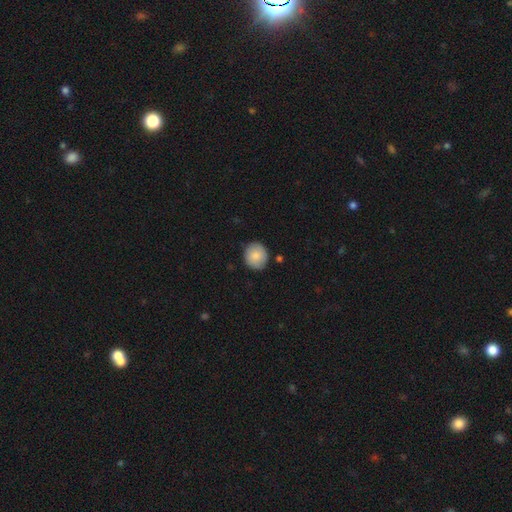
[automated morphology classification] type=smooth (84%); roundness=round (85%); merging=none (86%).